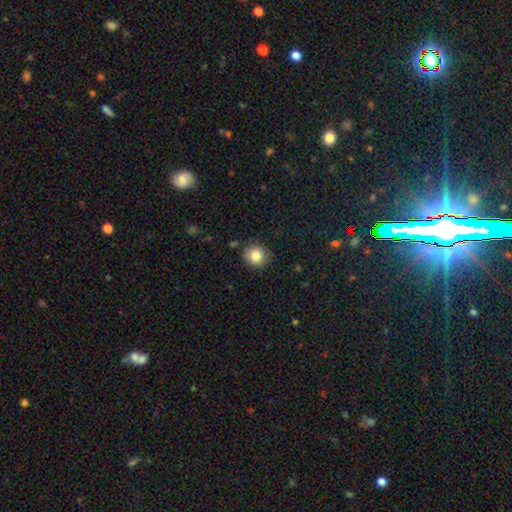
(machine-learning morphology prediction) The model was most divided on "smooth or featured": smooth: 83%, star or artifact: 10%, featured or disk: 8%. More confident: how rounded — round (89%); merging — none (87%).